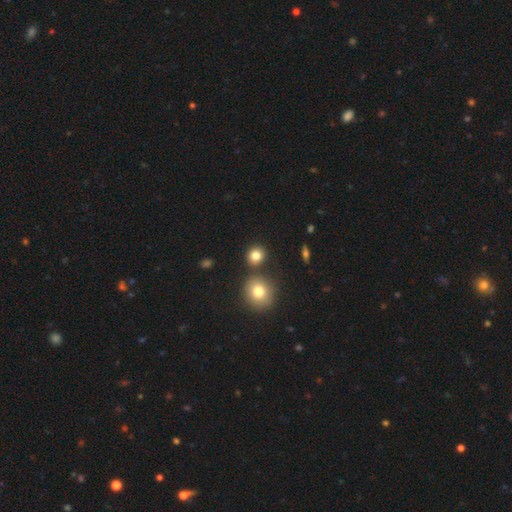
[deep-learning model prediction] A smooth galaxy with no disk features (82%) that is round (84%).

Vote fractions:
- Smooth or featured? smooth: 82% / star or artifact: 12% / featured or disk: 6%
- How rounded? round: 84% / in between: 15% / cigar-shaped: 1%
- Merging? none: 77% / merger: 12% / minor disturbance: 8% / major disturbance: 3%